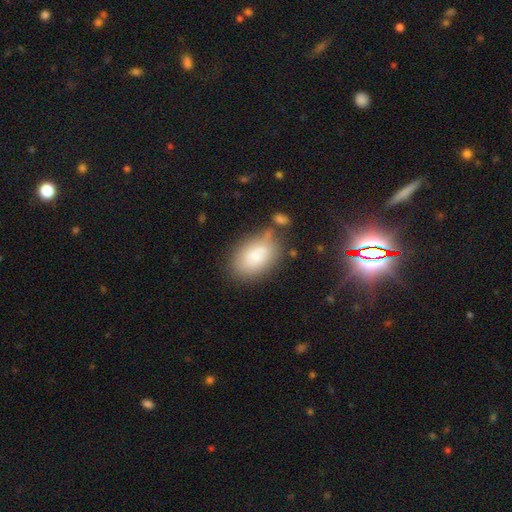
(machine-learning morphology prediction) A smooth galaxy with no disk features (78%) that is in between round and cigar-shaped (89%).

Vote fractions:
- Smooth or featured? smooth: 78% / featured or disk: 14% / star or artifact: 8%
- How rounded? in between: 89% / round: 10% / cigar-shaped: 2%
- Merging? none: 58% / minor disturbance: 23% / merger: 11% / major disturbance: 8%